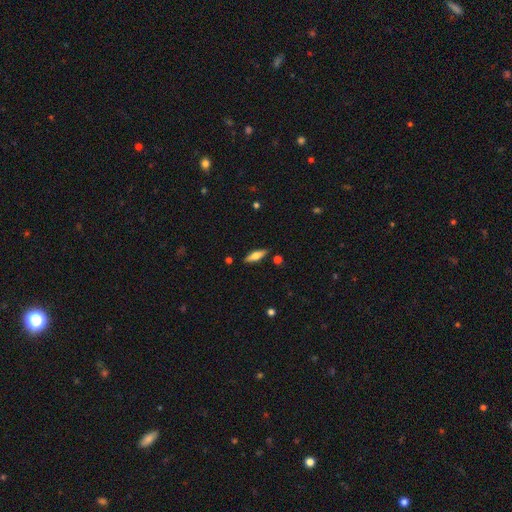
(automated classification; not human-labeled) The model was most divided on "smooth or featured": smooth: 51%, featured or disk: 43%, star or artifact: 6%. More confident: merging — none (86%); how rounded — cigar-shaped (53%).